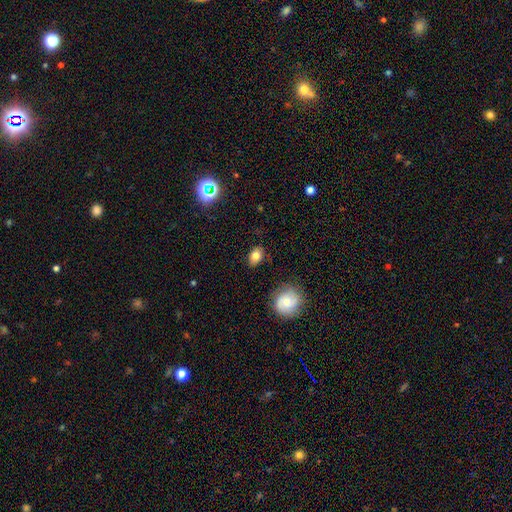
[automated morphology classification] type=smooth (79%); roundness=in between (79%); merging=none (84%).